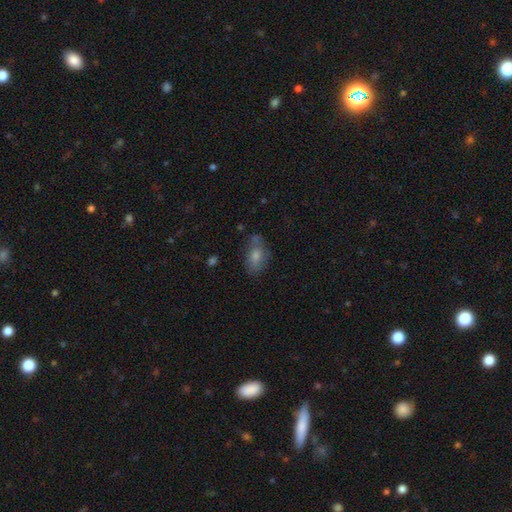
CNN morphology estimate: This is likely a smooth galaxy (60%). How rounded: clearly in between (84%). Merging: likely none (63%).